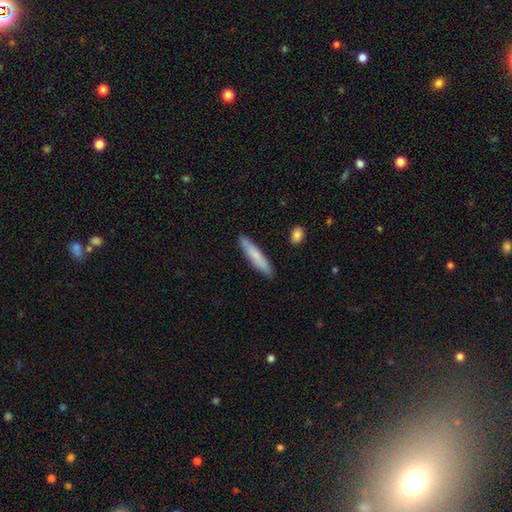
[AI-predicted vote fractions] This appears to be a smooth galaxy with no disk features (75%) that is cigar-shaped (89%). Merging: none (88%).